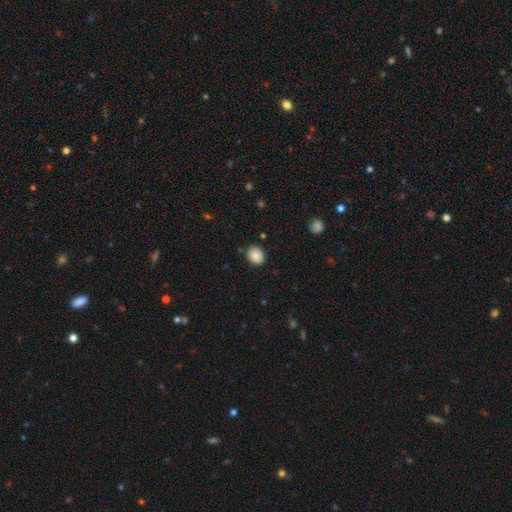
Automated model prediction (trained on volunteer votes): Overall: smooth (85%). How rounded: round (63%; in between 36%). Merging: none (86%).